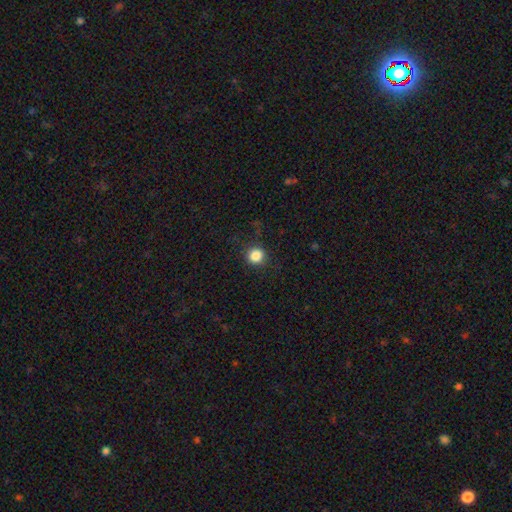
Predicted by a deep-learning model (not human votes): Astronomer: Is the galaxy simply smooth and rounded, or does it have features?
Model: smooth — 86%.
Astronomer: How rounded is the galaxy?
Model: round — 91%.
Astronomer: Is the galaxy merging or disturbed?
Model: none — 88%.